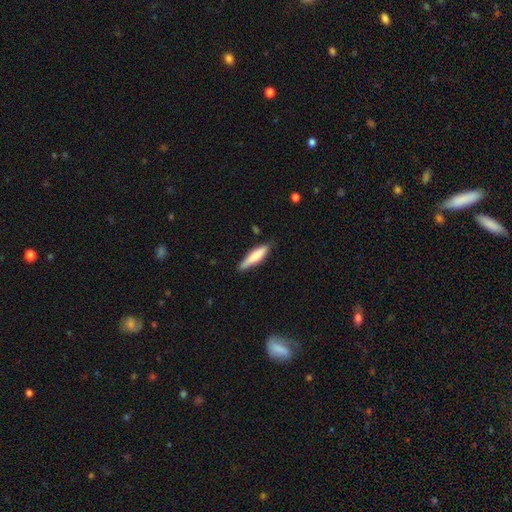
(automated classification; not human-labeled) Morphology: type=smooth (72%); roundness=cigar-shaped (78%); merging=none (79%).